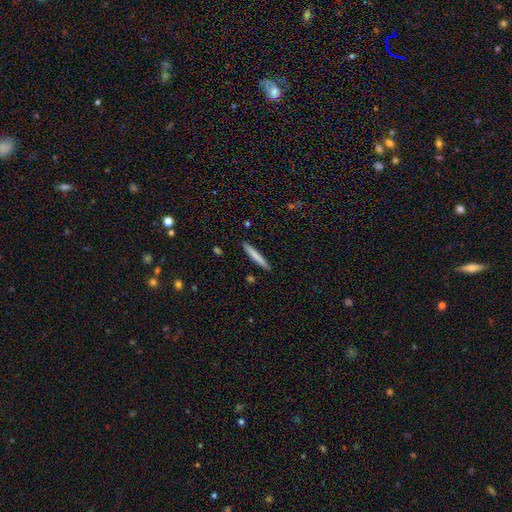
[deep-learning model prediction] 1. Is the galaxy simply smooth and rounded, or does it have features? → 76% smooth, 18% featured or disk, 6% star or artifact.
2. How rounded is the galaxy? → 95% cigar-shaped, 4% in between, 1% round.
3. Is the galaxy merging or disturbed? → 90% none, 7% minor disturbance, 1% major disturbance, 1% merger.